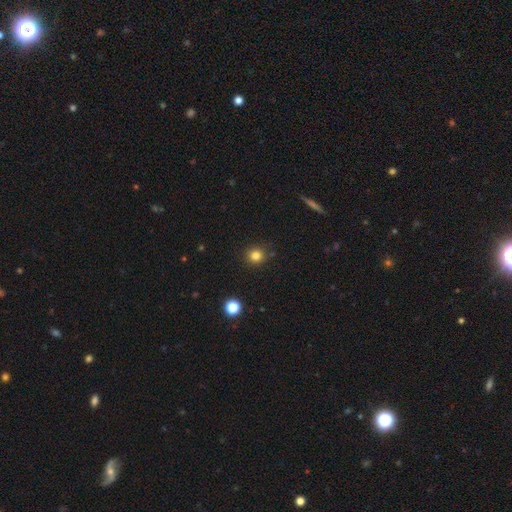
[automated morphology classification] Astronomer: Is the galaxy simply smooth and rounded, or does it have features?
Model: smooth — 82%.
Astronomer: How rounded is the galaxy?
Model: round — 89%.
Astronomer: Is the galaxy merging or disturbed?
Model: none — 89%.